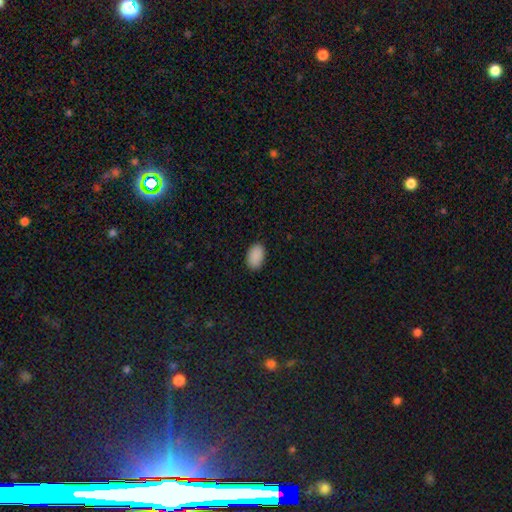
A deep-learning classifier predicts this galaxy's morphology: smooth 90%, star or artifact 7%, featured or disk 2%. Down the decision tree: how rounded — in between (92%); merging — none (89%).